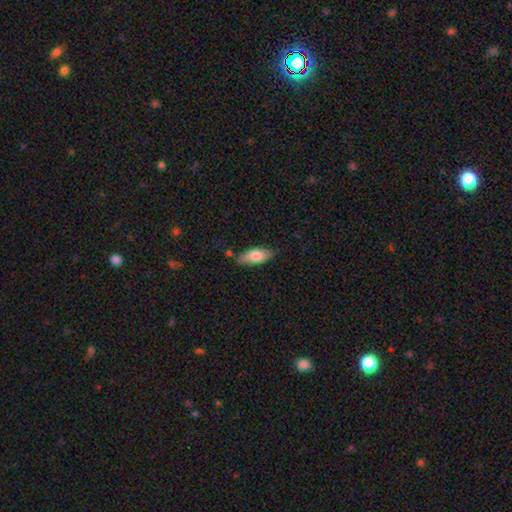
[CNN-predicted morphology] smooth-or-featured: smooth: 75% | featured or disk: 19% | star or artifact: 6%
  how-rounded: in between: 81% | cigar-shaped: 17% | round: 2%
  merging: none: 76% | minor disturbance: 18% | major disturbance: 3% | merger: 3%